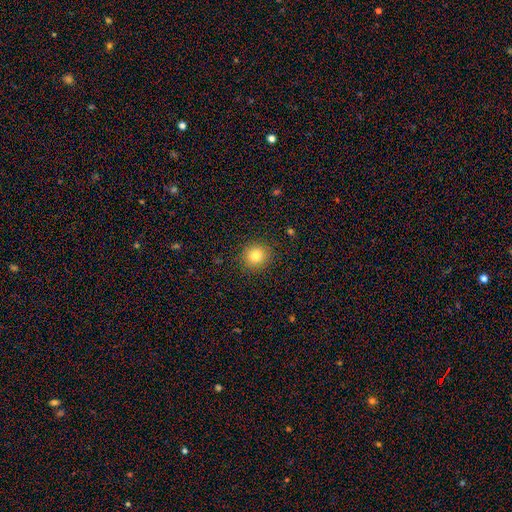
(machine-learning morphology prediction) This is clearly a smooth galaxy (80%). How rounded: clearly round (93%). Merging: clearly none (90%).